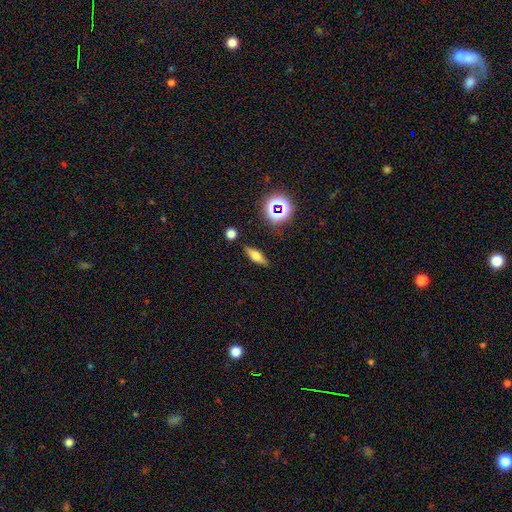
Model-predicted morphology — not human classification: Q: Smooth or featured?
A: smooth (62%); runner-up: featured or disk (24%)
Q: How rounded?
A: in between (51%); runner-up: cigar-shaped (42%)
Q: Merging?
A: none (84%); runner-up: minor disturbance (10%)